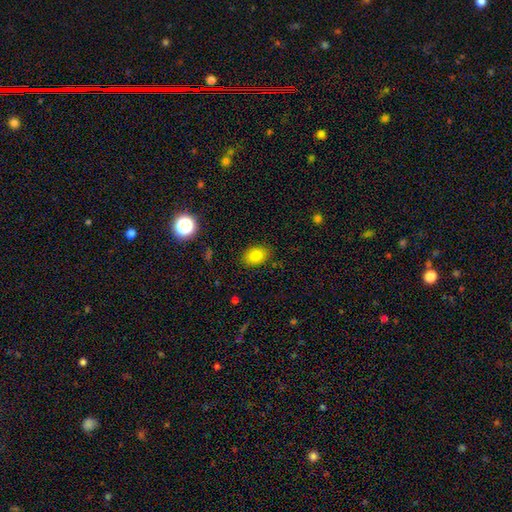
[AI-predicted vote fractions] The model was most divided on "how rounded": in between: 80%, round: 19%, cigar-shaped: 1%. More confident: merging — none (85%); smooth or featured — smooth (83%).